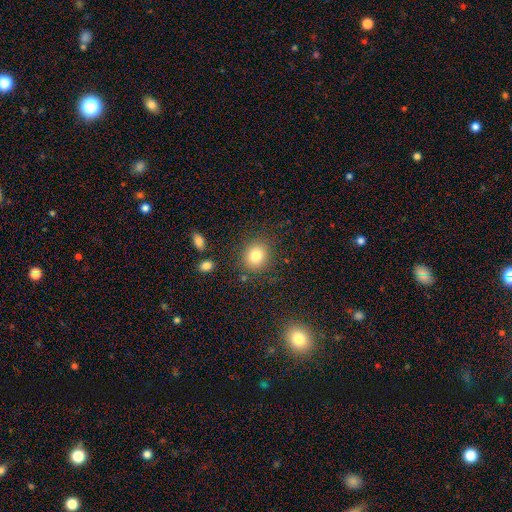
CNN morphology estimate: This appears to be a smooth galaxy with no disk features (81%) that is round (76%). Merging: none (84%).